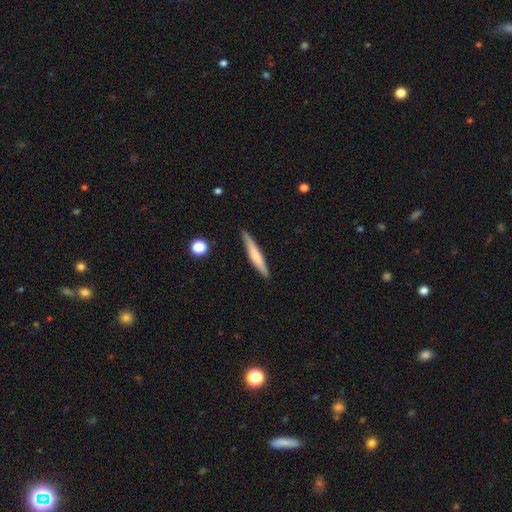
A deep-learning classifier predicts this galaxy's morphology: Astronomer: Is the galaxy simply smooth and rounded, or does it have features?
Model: smooth — 59% (runner-up: featured or disk, 36%).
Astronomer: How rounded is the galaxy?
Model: cigar-shaped — 94%.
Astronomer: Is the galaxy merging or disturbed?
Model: none — 87%.